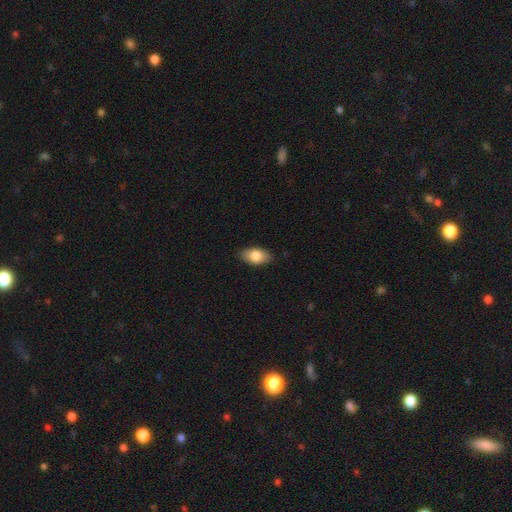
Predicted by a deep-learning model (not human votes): This is clearly a smooth galaxy (81%). How rounded: clearly in between (92%). Merging: clearly none (86%).